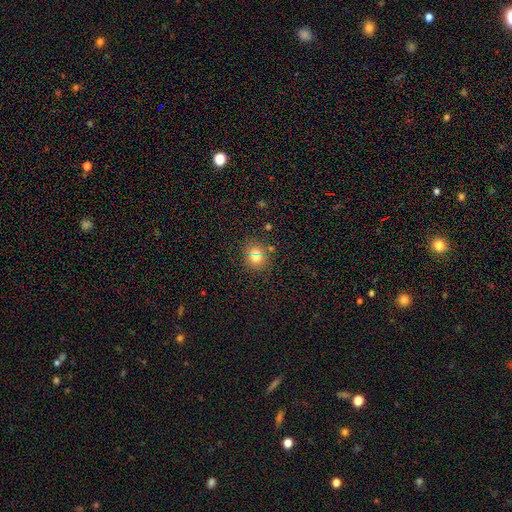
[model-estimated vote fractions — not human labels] Smooth or featured? smooth (72%)
How rounded? round (80%)
Merging? none (78%)